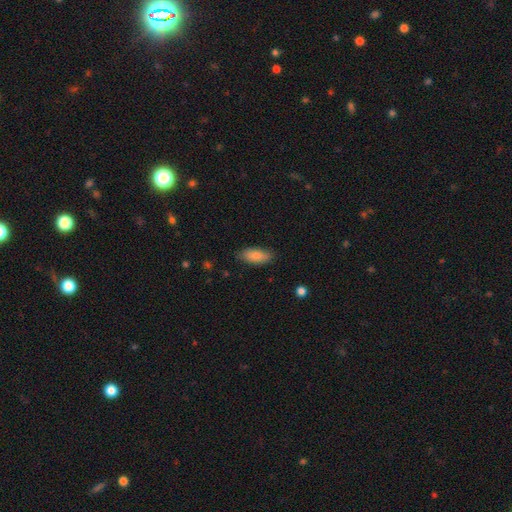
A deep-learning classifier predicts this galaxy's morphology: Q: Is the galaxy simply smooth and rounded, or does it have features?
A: smooth — 85%.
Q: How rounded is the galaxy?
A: in between — 83%.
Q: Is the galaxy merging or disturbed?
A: none — 85%.